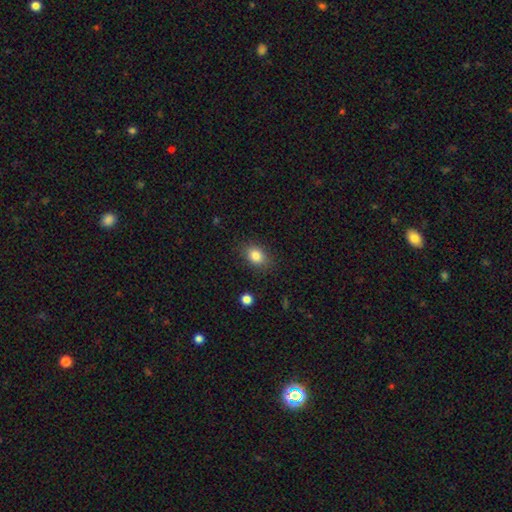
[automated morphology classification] type=smooth (83%); roundness=in between (70%); merging=none (83%).